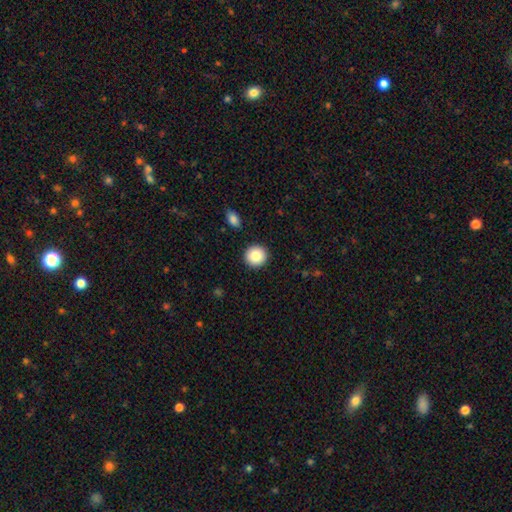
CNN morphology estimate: Q: Smooth or featured?
A: smooth (85%); runner-up: star or artifact (8%)
Q: How rounded?
A: round (92%); runner-up: in between (7%)
Q: Merging?
A: none (92%); runner-up: minor disturbance (5%)